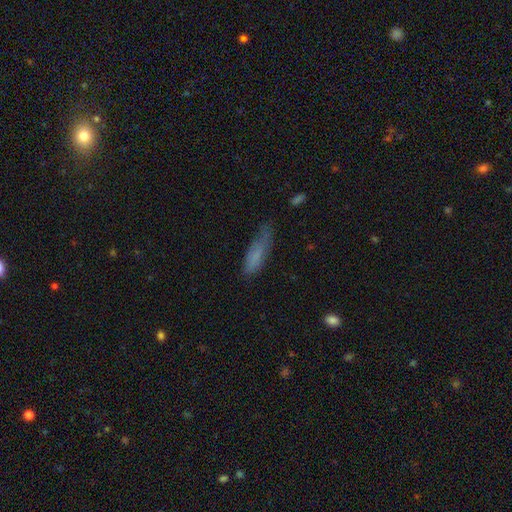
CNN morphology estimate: The model was most divided on "how rounded": cigar-shaped: 58%, in between: 40%, round: 2%. More confident: smooth or featured — smooth (73%); merging — none (55%).